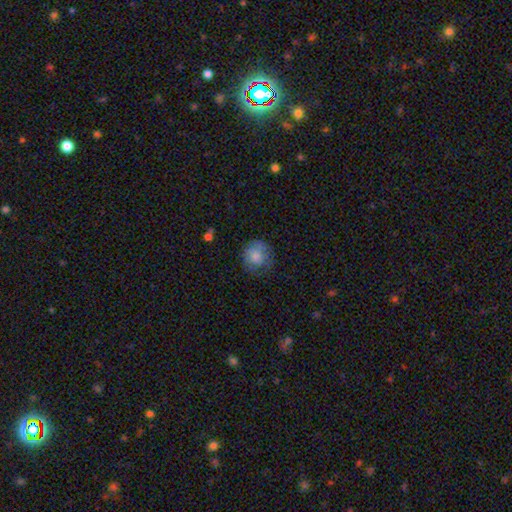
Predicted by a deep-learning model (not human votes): Smooth or featured? smooth (76%)
How rounded? round (86%)
Merging? none (65%)